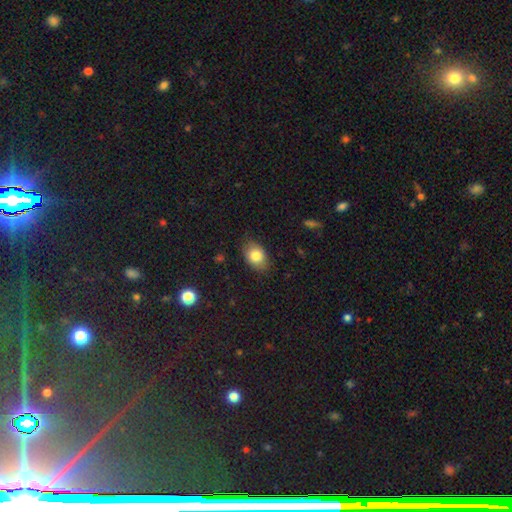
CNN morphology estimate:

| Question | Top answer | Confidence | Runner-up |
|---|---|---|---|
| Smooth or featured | smooth | 80% | featured or disk (11%) |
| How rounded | in between | 81% | round (18%) |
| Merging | none | 80% | minor disturbance (15%) |